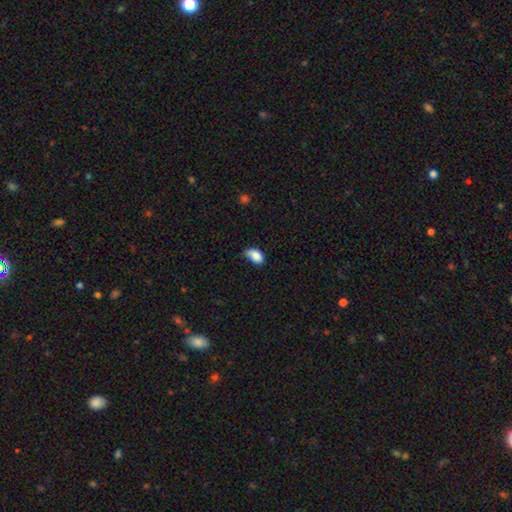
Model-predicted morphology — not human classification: Q: Smooth or featured?
A: smooth (85%); runner-up: star or artifact (8%)
Q: How rounded?
A: in between (91%); runner-up: round (8%)
Q: Merging?
A: none (48%); runner-up: minor disturbance (41%)